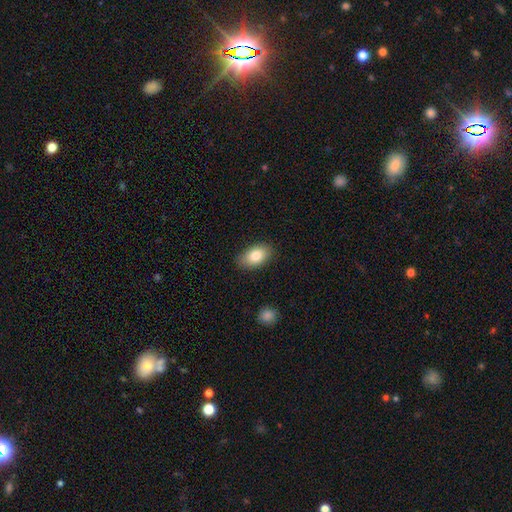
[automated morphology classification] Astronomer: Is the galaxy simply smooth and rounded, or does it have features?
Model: smooth — 82%.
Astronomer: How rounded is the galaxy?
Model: in between — 92%.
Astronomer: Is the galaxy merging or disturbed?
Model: none — 87%.